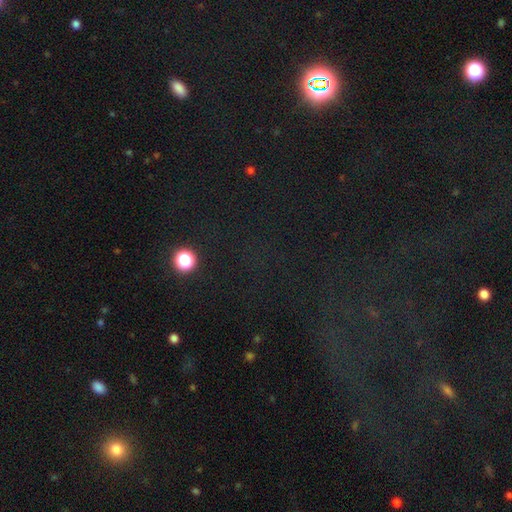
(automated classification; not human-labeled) The model was most divided on "smooth or featured": star or artifact: 73%, smooth: 17%, featured or disk: 10%.